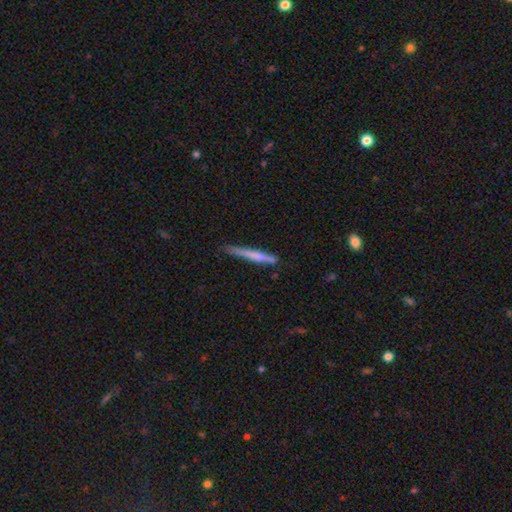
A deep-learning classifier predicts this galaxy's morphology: smooth 59%, featured or disk 34%, star or artifact 6%. Down the decision tree: how rounded — cigar-shaped (96%); merging — none (71%).